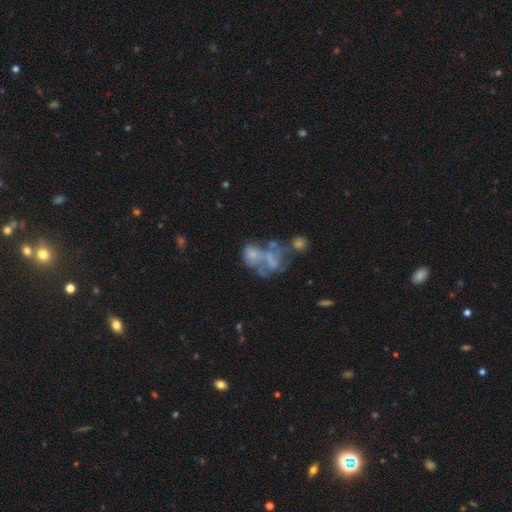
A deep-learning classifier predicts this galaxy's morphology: Smooth or featured? Predicted: featured or disk (p=0.51). Edge-on disk? Predicted: no (p=0.98). Bar? Predicted: no (p=0.88). Spiral arms? Predicted: no (p=0.83). Bulge size? Predicted: none (p=0.65). Merging? Predicted: merger (p=0.45).